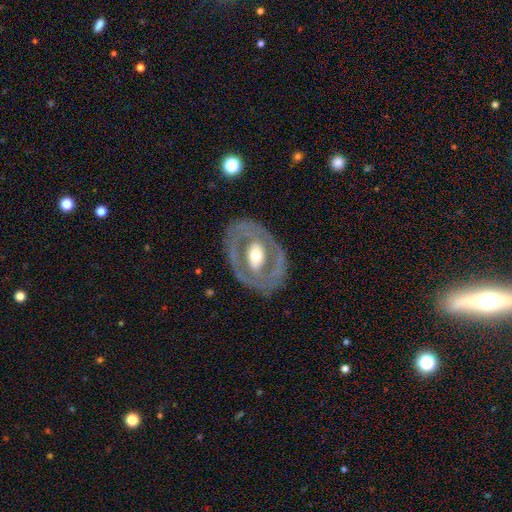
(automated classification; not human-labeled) This is likely a featured or disk galaxy (73%). It is clearly not viewed edge-on (93%). Bar: marginally no (40%). Spiral arm pattern: likely no (64%). Central bulge: likely moderate (66%). Merging: likely none (78%).